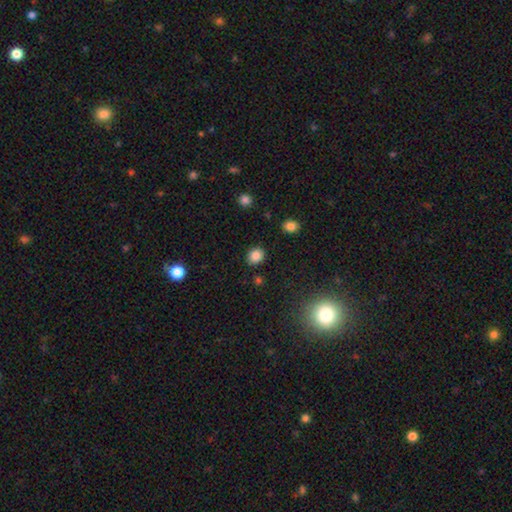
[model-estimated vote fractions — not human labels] Smooth or featured? Predicted: smooth (p=0.85). How rounded? Predicted: round (p=0.68). Merging? Predicted: none (p=0.88).